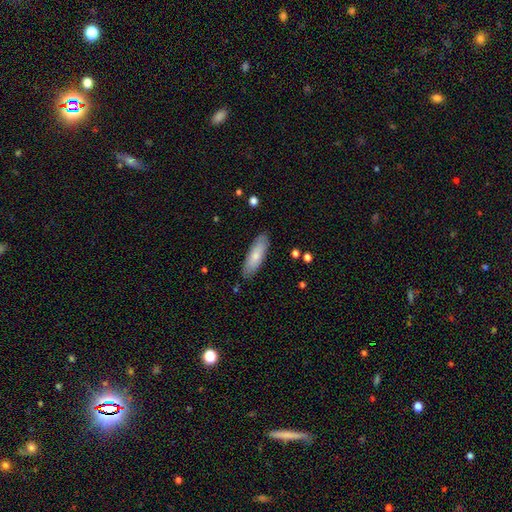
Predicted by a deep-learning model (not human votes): smooth_or_featured: smooth (p=0.76) [alt: featured or disk p=0.18]
how_rounded: in between (p=0.52) [alt: cigar-shaped p=0.46]
merging: none (p=0.85) [alt: minor disturbance p=0.11]